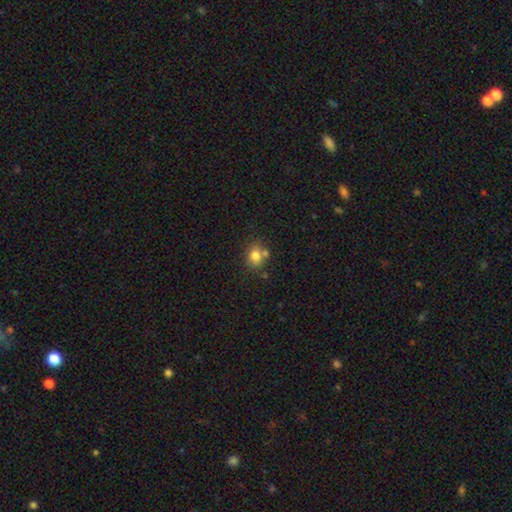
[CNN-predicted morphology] type=smooth (80%); roundness=round (64%); merging=none (62%).